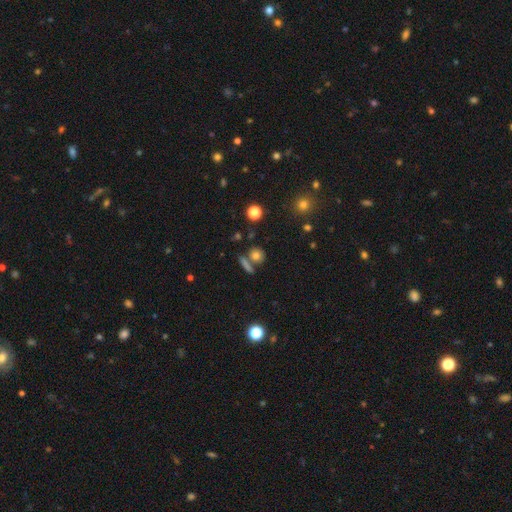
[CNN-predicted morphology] This is likely a smooth galaxy (75%). How rounded: likely round (78%). Merging: likely none (69%).